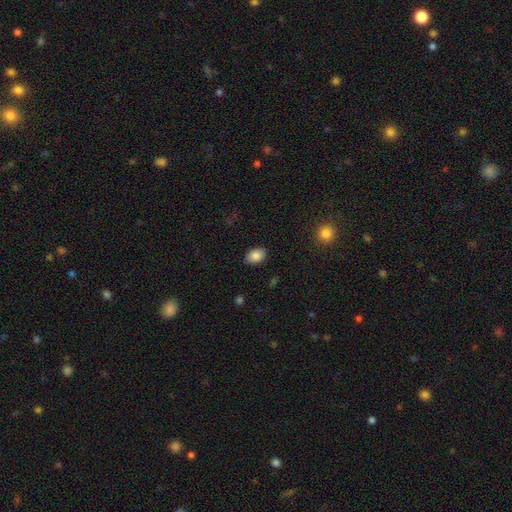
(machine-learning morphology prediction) Smooth or featured: smooth — 85% (star or artifact — 8%)
How rounded: in between — 85% (round — 14%)
Merging: none — 87% (minor disturbance — 10%)